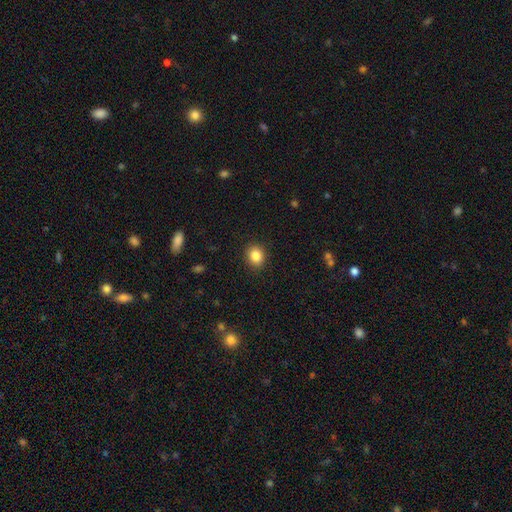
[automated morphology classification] smooth-or-featured: smooth: 85% | star or artifact: 10% | featured or disk: 5%
  how-rounded: round: 59% | in between: 40% | cigar-shaped: 1%
  merging: none: 89% | minor disturbance: 7% | major disturbance: 2% | merger: 1%